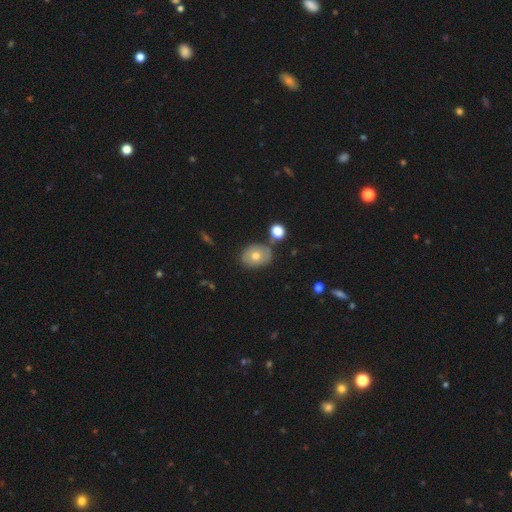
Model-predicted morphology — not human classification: A smooth galaxy with no disk features (64%) that is in between round and cigar-shaped (62%). Merging: none (72%).